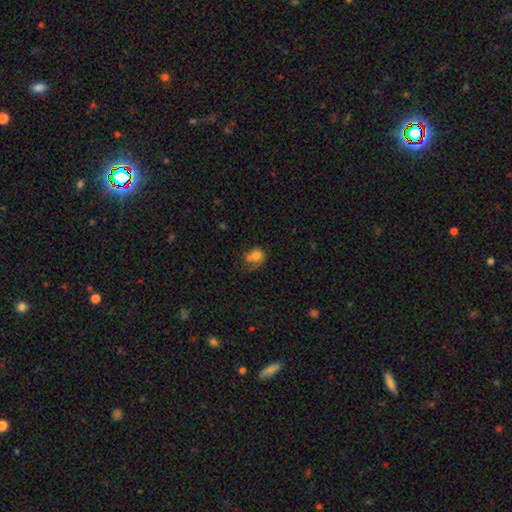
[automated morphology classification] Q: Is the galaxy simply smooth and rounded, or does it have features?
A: smooth — 71%.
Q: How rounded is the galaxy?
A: round — 57%.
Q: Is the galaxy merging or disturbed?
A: none — 34%.